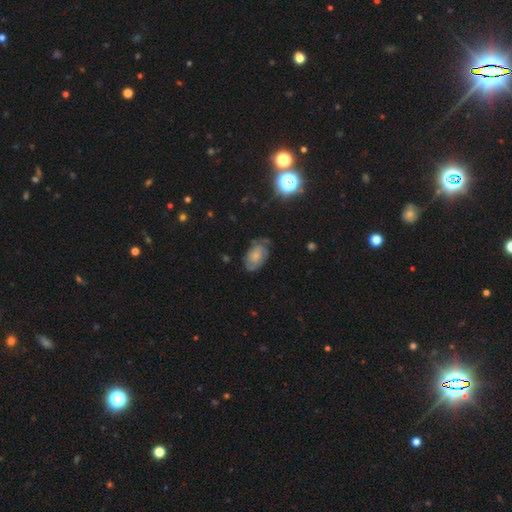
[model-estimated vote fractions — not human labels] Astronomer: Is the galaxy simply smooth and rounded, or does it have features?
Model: featured or disk — 47% (runner-up: smooth, 43%).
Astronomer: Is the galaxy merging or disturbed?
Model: none — 64%.